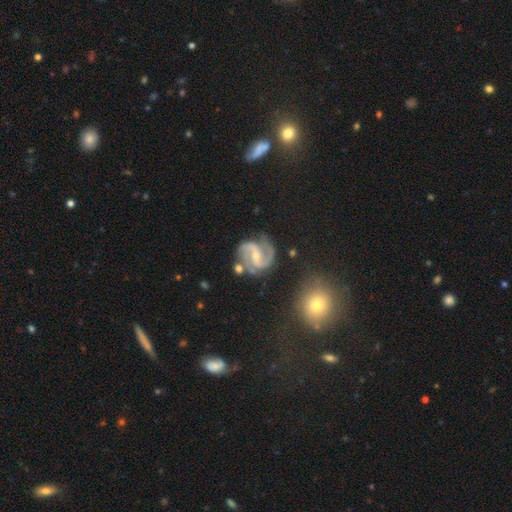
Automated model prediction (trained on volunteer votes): A featured or disk galaxy (91%) with a weak bar (39%), 2 (80%) medium (60%) spiral arms (98%) and a small central bulge (61%). Merging: none (68%).